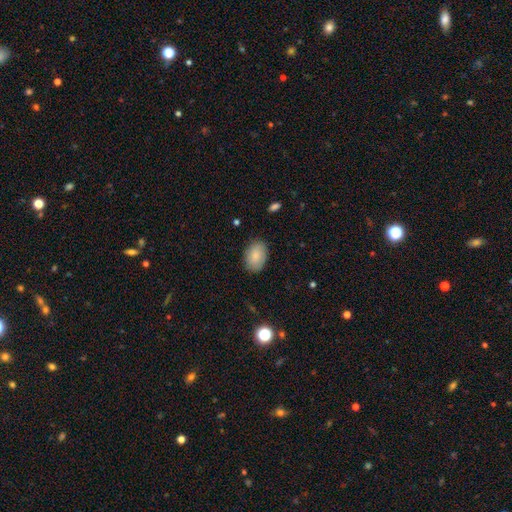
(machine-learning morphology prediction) A smooth galaxy with no disk features (87%) that is in between round and cigar-shaped (87%). Merging: none (85%).